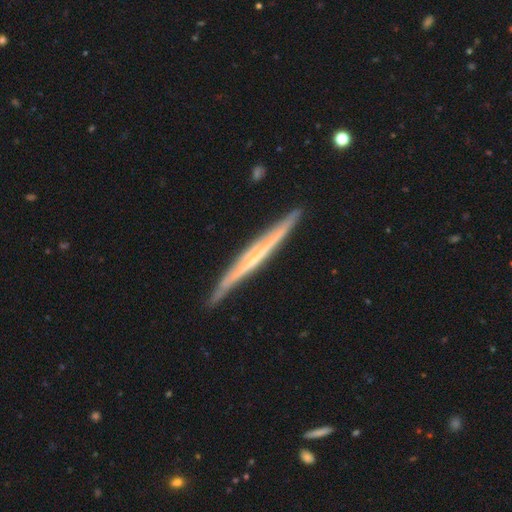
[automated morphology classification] Q: Smooth or featured?
A: featured or disk (71%); runner-up: smooth (24%)
Q: Edge-on disk?
A: yes (96%); runner-up: no (4%)
Q: Edge-on bulge?
A: none (73%); runner-up: rounded (19%)
Q: Merging?
A: none (87%); runner-up: minor disturbance (10%)